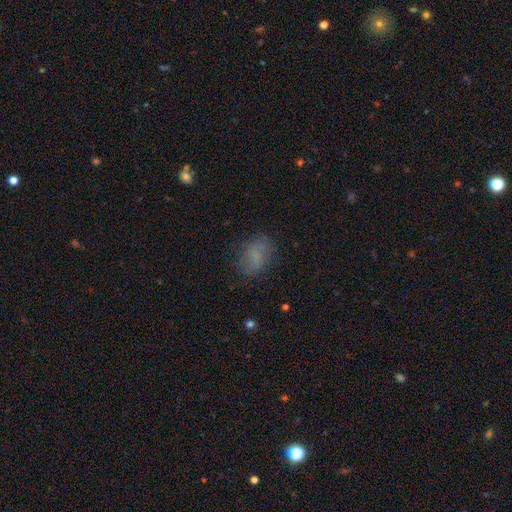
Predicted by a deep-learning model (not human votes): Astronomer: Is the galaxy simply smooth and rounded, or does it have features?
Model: smooth — 70%.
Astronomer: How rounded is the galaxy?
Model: in between — 79%.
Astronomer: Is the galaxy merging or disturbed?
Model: none — 73%.